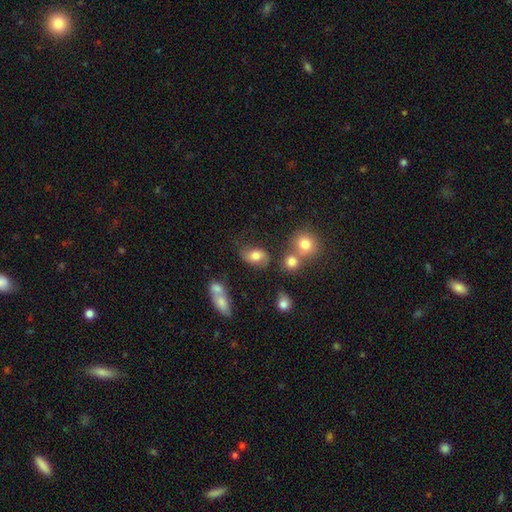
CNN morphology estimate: smooth 66%, featured or disk 24%, star or artifact 11%. Down the decision tree: how rounded — in between (79%); merging — none (59%).